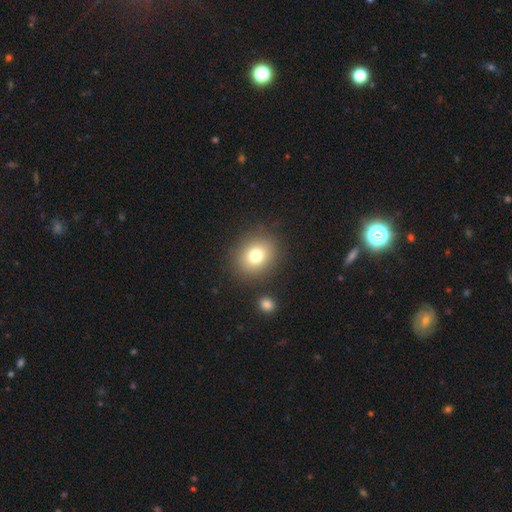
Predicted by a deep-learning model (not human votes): This is likely a smooth galaxy (76%). How rounded: likely round (69%). Merging: clearly none (84%).